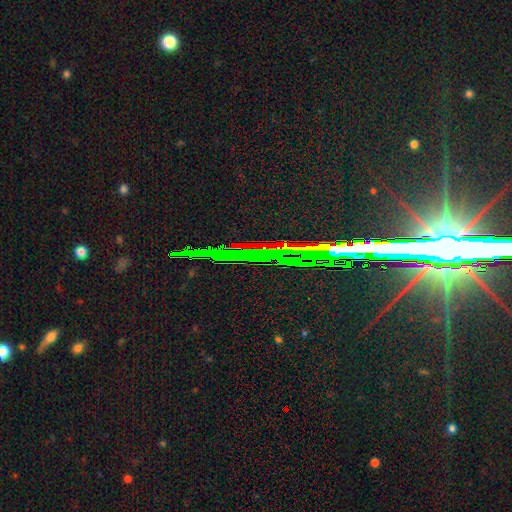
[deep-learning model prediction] Smooth or featured: star or artifact — 79% (featured or disk — 14%)